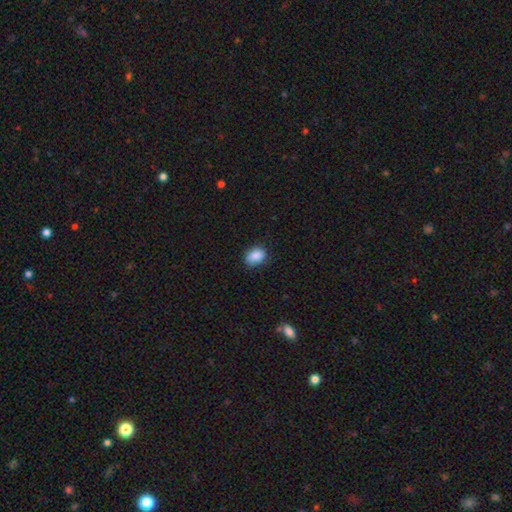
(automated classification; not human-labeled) Morphology: type=smooth (88%); roundness=in between (79%); merging=none (79%).